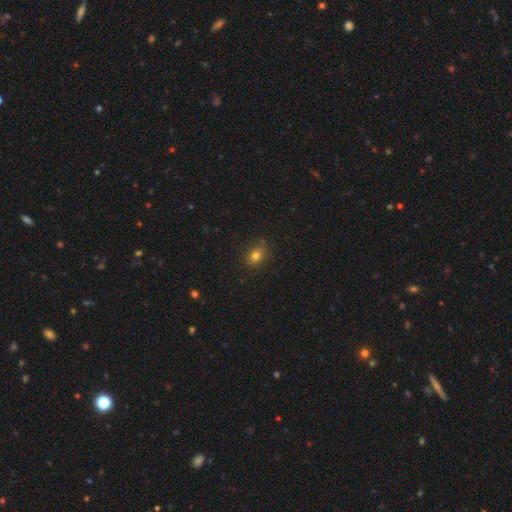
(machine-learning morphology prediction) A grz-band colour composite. It shows a smooth galaxy with no disk features (77%) that is in between round and cigar-shaped (59%). Merging: none (81%).